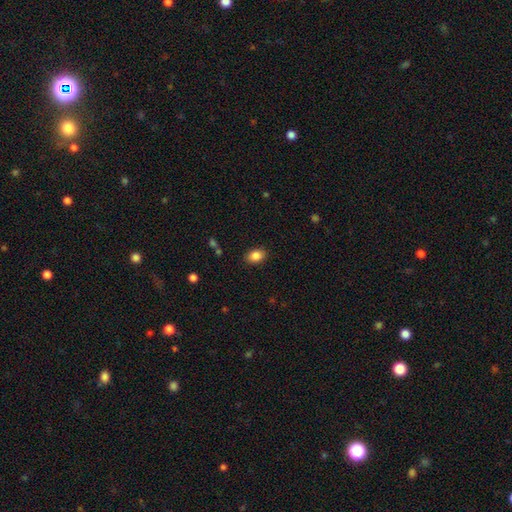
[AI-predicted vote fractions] Smooth or featured: smooth — 87% (star or artifact — 9%)
How rounded: in between — 76% (round — 23%)
Merging: none — 88% (minor disturbance — 9%)